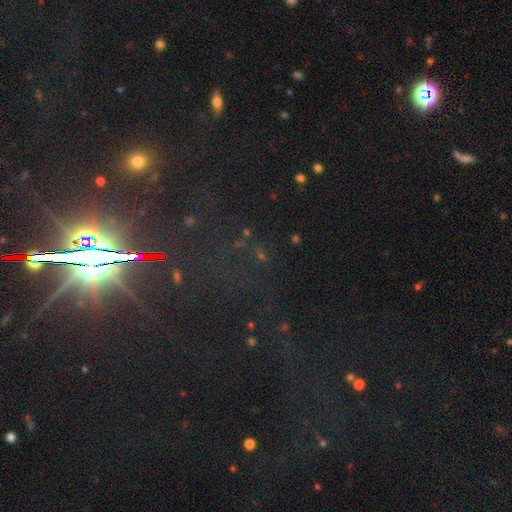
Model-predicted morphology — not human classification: A star or artifact, not a galaxy (77%).

Vote fractions:
- Smooth or featured? star or artifact: 77% / smooth: 12% / featured or disk: 10%